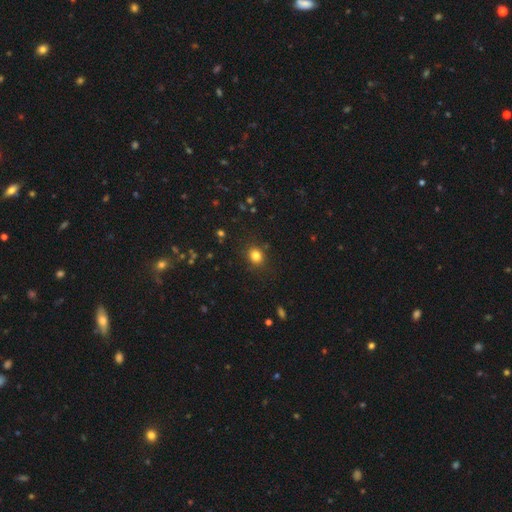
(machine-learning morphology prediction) The model was most divided on "how rounded": round: 71%, in between: 28%, cigar-shaped: 1%. More confident: merging — none (86%); smooth or featured — smooth (82%).